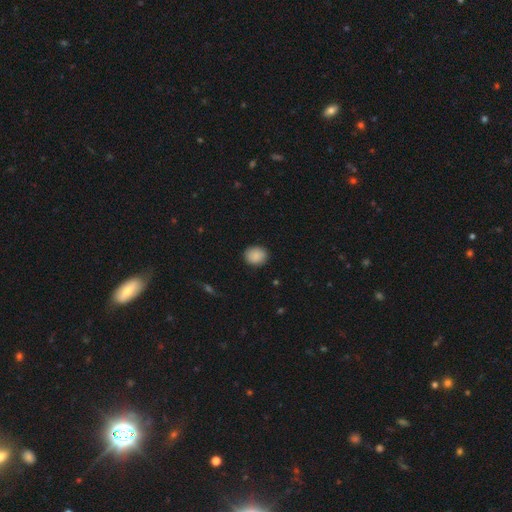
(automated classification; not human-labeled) A smooth galaxy with no disk features (89%) that is round (71%). Merging: none (89%).